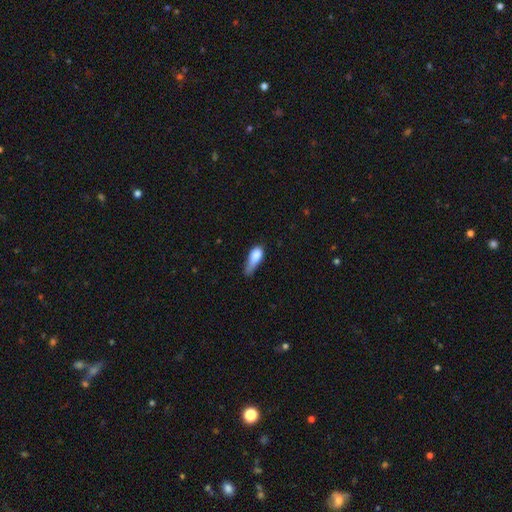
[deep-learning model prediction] Morphology: type=smooth (79%); roundness=in between (72%); merging=minor disturbance (43%).